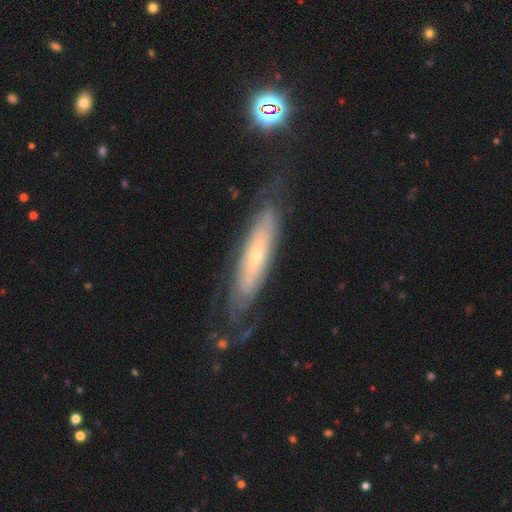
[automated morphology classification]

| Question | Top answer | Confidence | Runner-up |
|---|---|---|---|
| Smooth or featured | featured or disk | 70% | smooth (22%) |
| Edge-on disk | no | 64% | yes (36%) |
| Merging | none | 70% | minor disturbance (19%) |